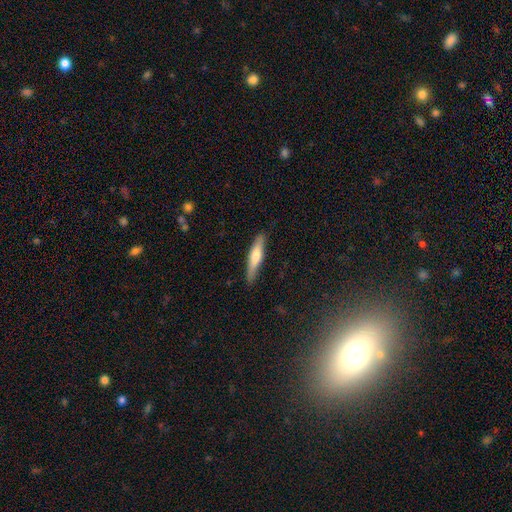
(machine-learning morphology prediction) This is possibly a smooth galaxy (56%). How rounded: clearly cigar-shaped (85%). Merging: clearly none (86%).